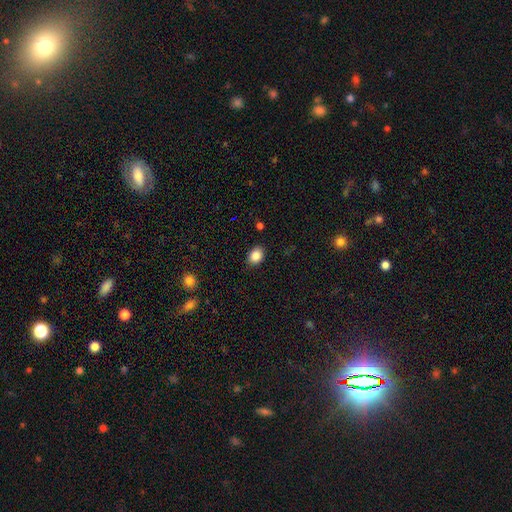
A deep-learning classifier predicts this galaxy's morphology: Smooth or featured?
  - smooth: 87% *
  - star or artifact: 9%
  - featured or disk: 4%
How rounded?
  - in between: 69% *
  - round: 30%
  - cigar-shaped: 1%
Merging?
  - none: 87% *
  - minor disturbance: 9%
  - major disturbance: 2%
  - merger: 1%